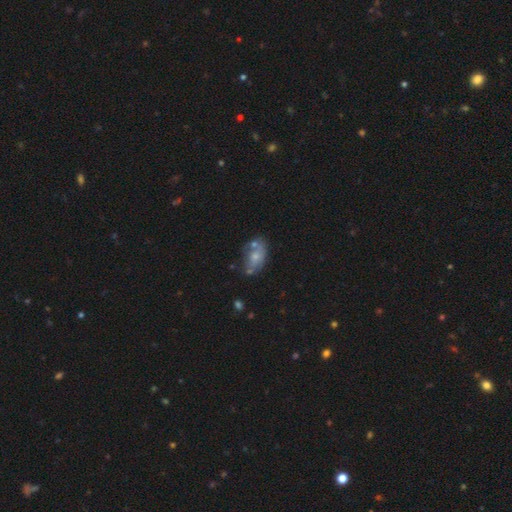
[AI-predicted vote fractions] Smooth or featured? Predicted: smooth (p=0.50). Merging? Predicted: none (p=0.42).